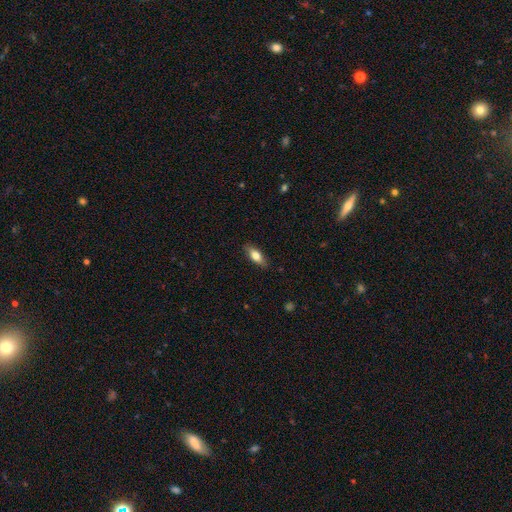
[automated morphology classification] A smooth galaxy with no disk features (72%) that is in between round and cigar-shaped (74%). Merging: none (86%).